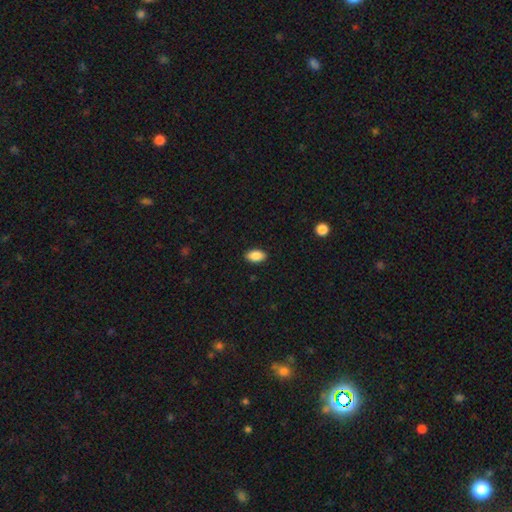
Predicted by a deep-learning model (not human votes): smooth-or-featured: smooth: 88% | star or artifact: 8% | featured or disk: 4%
  how-rounded: in between: 92% | round: 6% | cigar-shaped: 2%
  merging: none: 89% | minor disturbance: 8% | major disturbance: 2% | merger: 1%